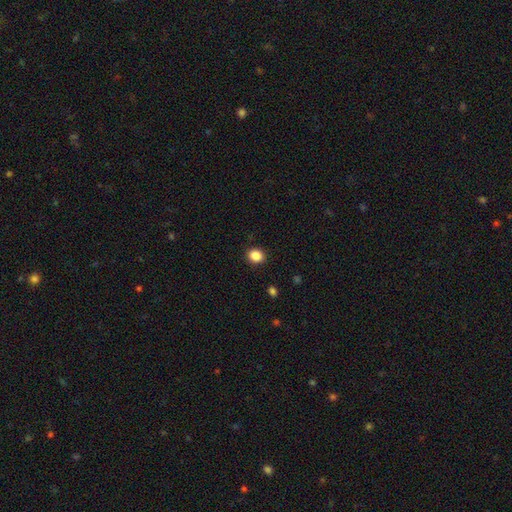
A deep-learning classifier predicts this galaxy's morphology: Smooth or featured? Predicted: smooth (p=0.87). How rounded? Predicted: round (p=0.70). Merging? Predicted: none (p=0.91).